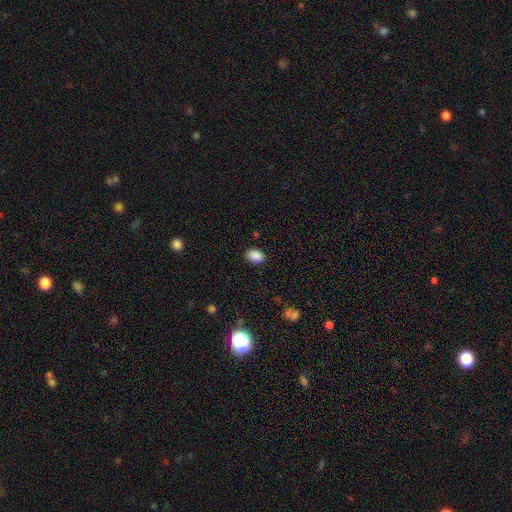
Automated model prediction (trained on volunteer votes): Q: Smooth or featured?
A: smooth (88%); runner-up: star or artifact (9%)
Q: How rounded?
A: in between (79%); runner-up: round (19%)
Q: Merging?
A: none (86%); runner-up: minor disturbance (10%)